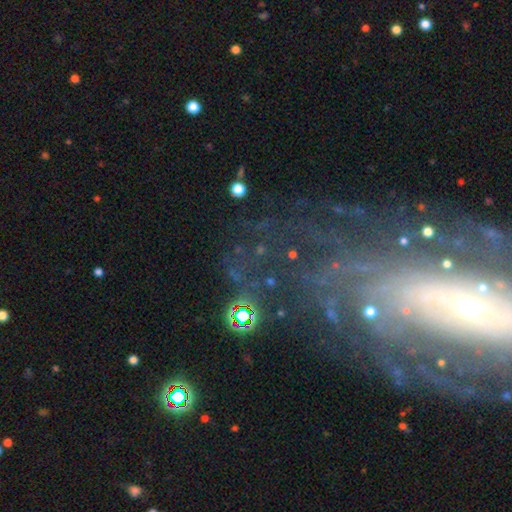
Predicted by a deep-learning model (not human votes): A featured or disk galaxy (64%) with no bar (64%), spiral arms (77%) and a small central bulge (51%).

Vote fractions:
- Smooth or featured? featured or disk: 64% / star or artifact: 24% / smooth: 13%
- Edge-on disk? no: 94% / yes: 6%
- Bar? no: 64% / weak: 24% / strong: 12%
- Spiral arms? yes: 77% / no: 23%
- Bulge size? small: 51% / none: 25% / moderate: 17% / large: 4% / dominant: 3%
- Merging? none: 60% / major disturbance: 19% / minor disturbance: 15% / merger: 5%